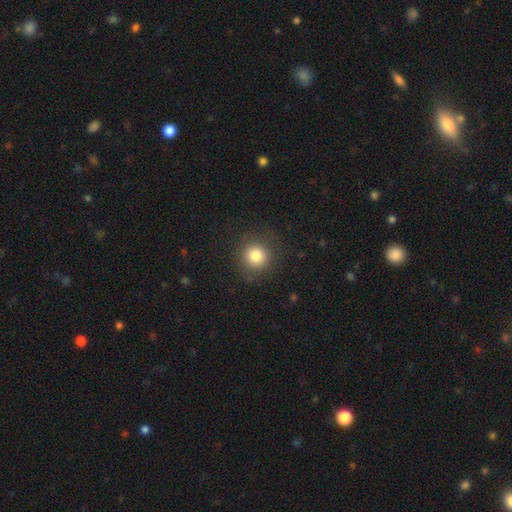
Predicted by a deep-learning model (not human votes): The model was most divided on "smooth or featured": smooth: 82%, star or artifact: 11%, featured or disk: 7%. More confident: how rounded — round (93%); merging — none (87%).